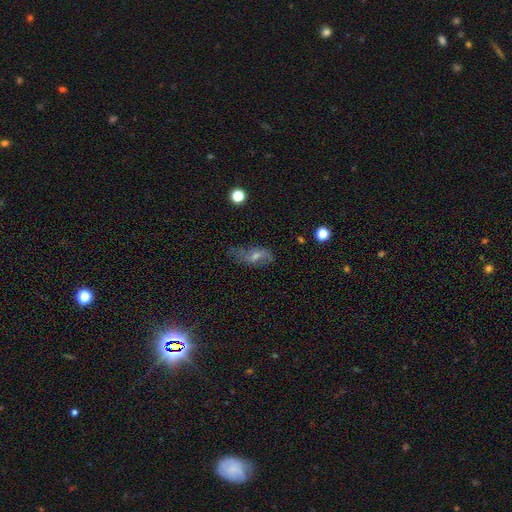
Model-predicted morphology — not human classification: Overall: featured or disk (54%; smooth 32%). Edge-on disk: no (85%). Merging: none (57%; minor disturbance 26%).